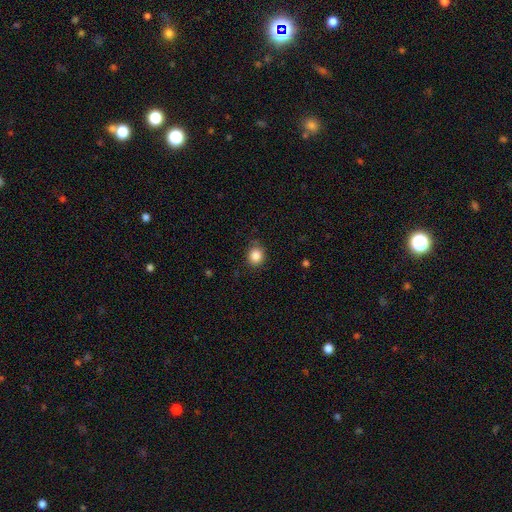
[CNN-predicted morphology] This is clearly a smooth galaxy (86%). How rounded: likely round (77%). Merging: clearly none (81%).